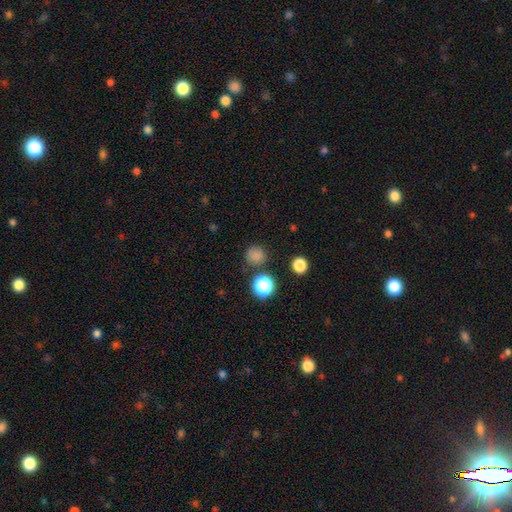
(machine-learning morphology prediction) Smooth or featured: smooth — 77% (star or artifact — 18%)
How rounded: round — 92% (in between — 7%)
Merging: none — 83% (minor disturbance — 9%)